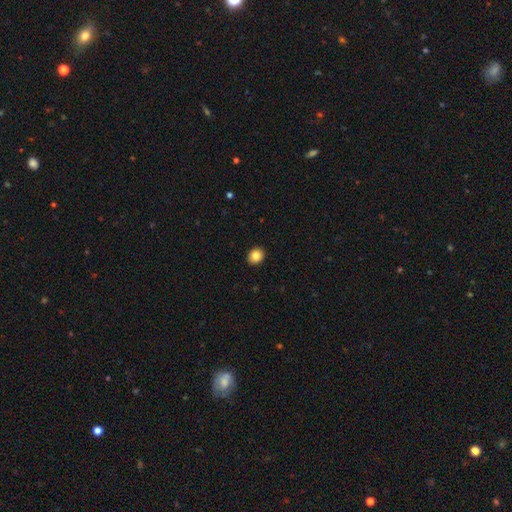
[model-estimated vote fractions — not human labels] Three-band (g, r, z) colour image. It shows a smooth galaxy with no disk features (85%) that is round (69%). Merging: none (93%).